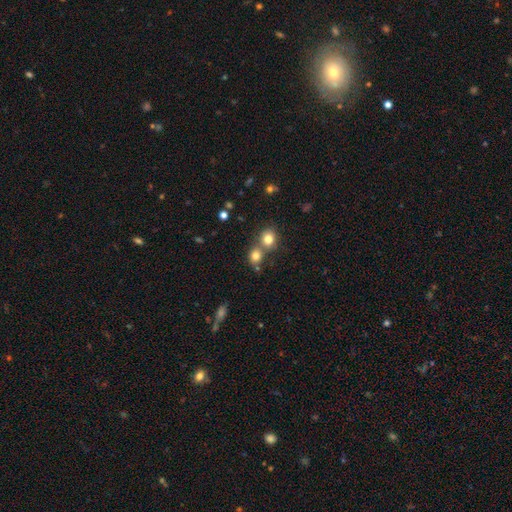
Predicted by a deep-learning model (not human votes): Morphology: type=smooth (79%); roundness=round (75%); merging=none (47%).